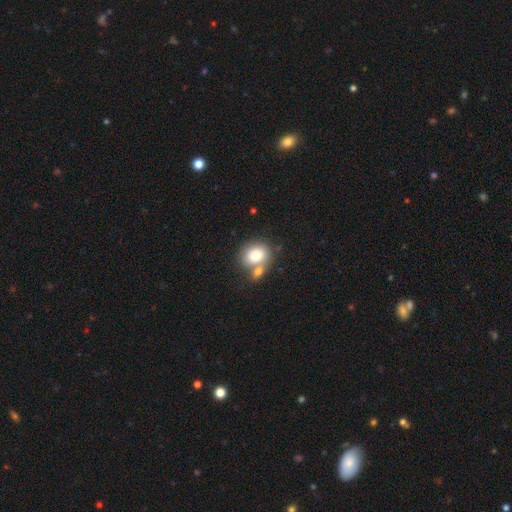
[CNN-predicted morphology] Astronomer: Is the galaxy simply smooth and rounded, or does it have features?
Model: smooth — 81%.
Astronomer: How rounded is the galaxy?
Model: round — 50% (runner-up: in between, 49%).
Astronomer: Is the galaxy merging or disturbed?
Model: none — 45% (runner-up: merger, 38%).